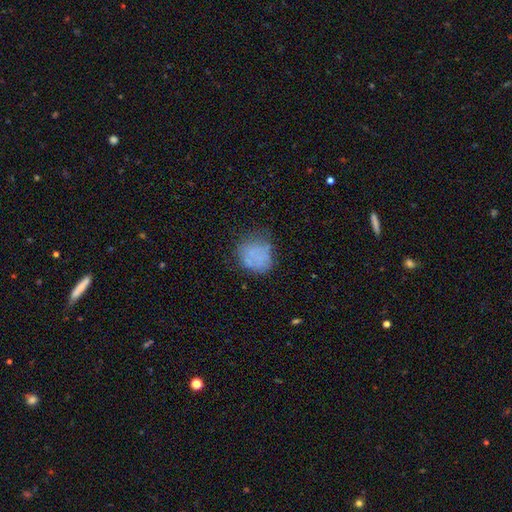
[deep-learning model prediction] smooth_or_featured: smooth (p=0.61) [alt: featured or disk p=0.25]
how_rounded: round (p=0.77) [alt: in between p=0.22]
merging: none (p=0.57) [alt: minor disturbance p=0.25]